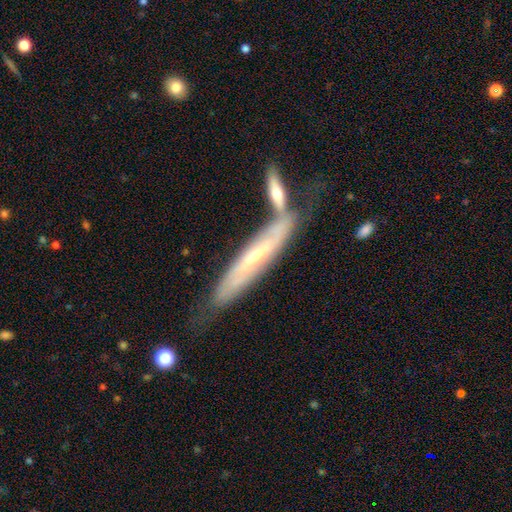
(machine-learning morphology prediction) The model was most divided on "edge-on disk": yes: 59%, no: 41%. More confident: smooth or featured — featured or disk (65%); merging — none (50%).